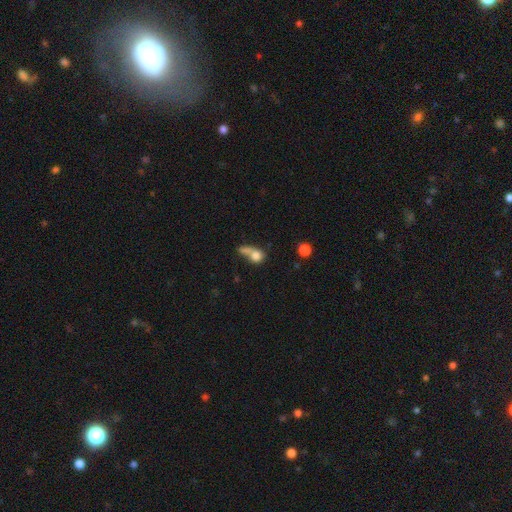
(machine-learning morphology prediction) smooth_or_featured: smooth (p=0.70) [alt: featured or disk p=0.19]
how_rounded: round (p=0.52) [alt: in between p=0.40]
merging: merger (p=0.37) [alt: none p=0.26]